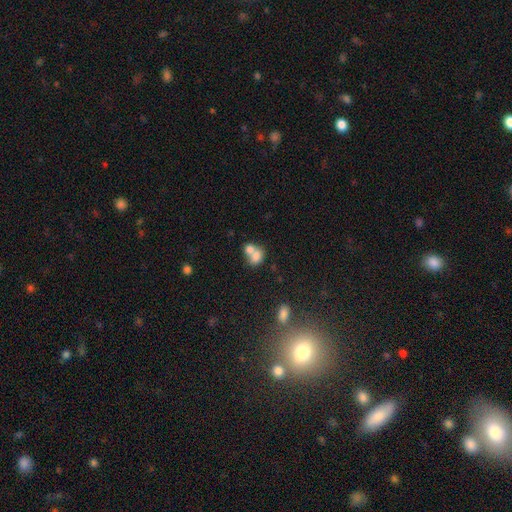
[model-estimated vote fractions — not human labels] smooth 73%, featured or disk 17%, star or artifact 10%. Down the decision tree: how rounded — in between (52%); merging — merger (66%).